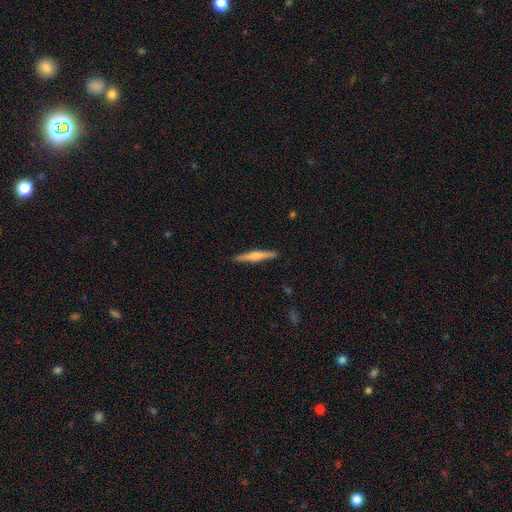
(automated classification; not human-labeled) Q: Smooth or featured?
A: smooth (50%); runner-up: featured or disk (44%)
Q: How rounded?
A: cigar-shaped (93%); runner-up: in between (5%)
Q: Merging?
A: none (90%); runner-up: minor disturbance (7%)